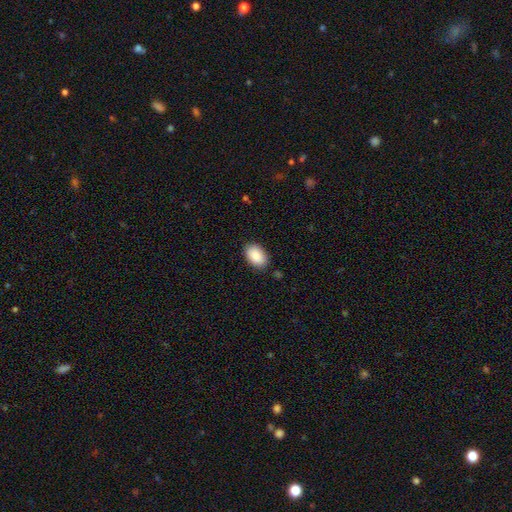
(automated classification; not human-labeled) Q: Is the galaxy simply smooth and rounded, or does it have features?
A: smooth — 89%.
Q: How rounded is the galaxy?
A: in between — 91%.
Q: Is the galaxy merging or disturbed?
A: none — 87%.